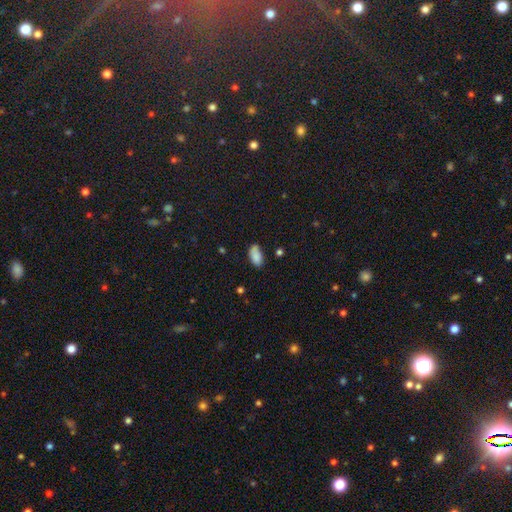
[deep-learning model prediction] A smooth galaxy with no disk features (85%) that is in between round and cigar-shaped (92%). Merging: none (66%).